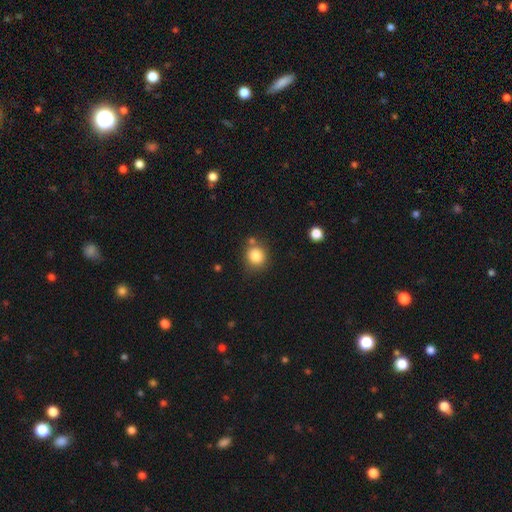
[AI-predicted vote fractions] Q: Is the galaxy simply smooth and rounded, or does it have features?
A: smooth — 83%.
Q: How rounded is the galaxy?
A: round — 87%.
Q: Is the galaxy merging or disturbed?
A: none — 75%.